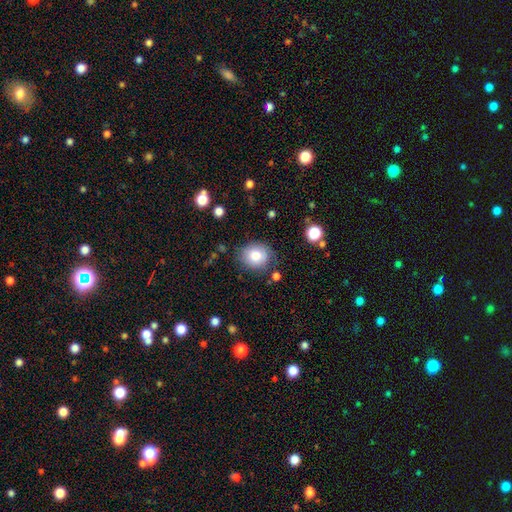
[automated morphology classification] smooth-or-featured: smooth: 80% | featured or disk: 11% | star or artifact: 9%
  how-rounded: round: 74% | in between: 25% | cigar-shaped: 1%
  merging: none: 77% | minor disturbance: 16% | major disturbance: 5% | merger: 3%